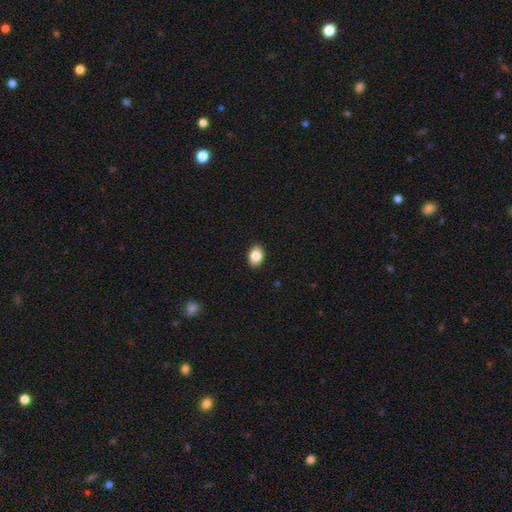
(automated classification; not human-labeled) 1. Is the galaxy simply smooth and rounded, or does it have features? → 86% smooth, 8% star or artifact, 6% featured or disk.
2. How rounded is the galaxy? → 74% in between, 25% round, 1% cigar-shaped.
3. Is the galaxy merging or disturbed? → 90% none, 7% minor disturbance, 2% major disturbance, 1% merger.